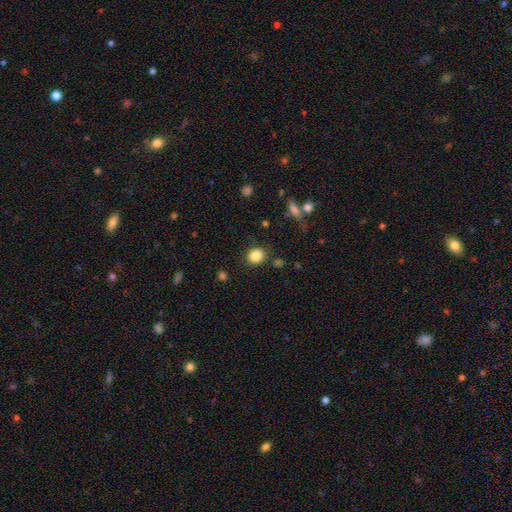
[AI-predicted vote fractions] The model was most divided on "how rounded": round: 79%, in between: 20%, cigar-shaped: 1%. More confident: smooth or featured — smooth (85%); merging — none (85%).